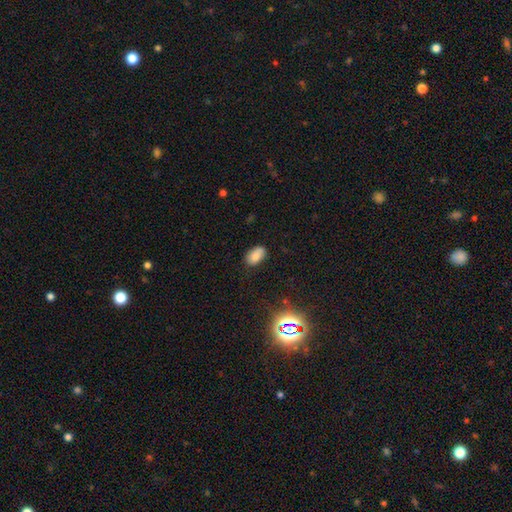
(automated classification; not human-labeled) smooth 78%, star or artifact 13%, featured or disk 9%. Down the decision tree: how rounded — in between (92%); merging — none (79%).